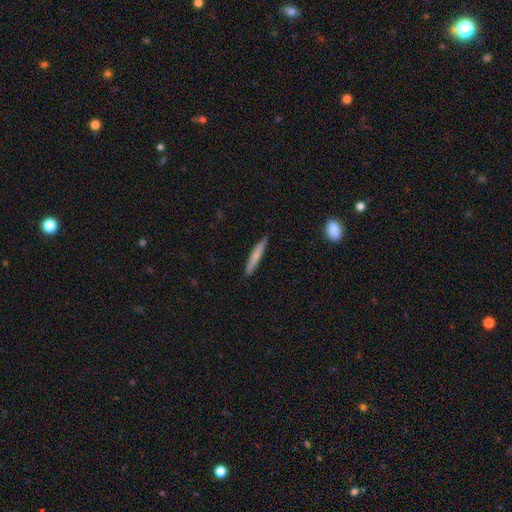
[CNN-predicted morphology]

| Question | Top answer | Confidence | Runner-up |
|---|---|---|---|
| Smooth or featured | smooth | 73% | featured or disk (22%) |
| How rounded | cigar-shaped | 95% | in between (4%) |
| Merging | none | 88% | minor disturbance (9%) |